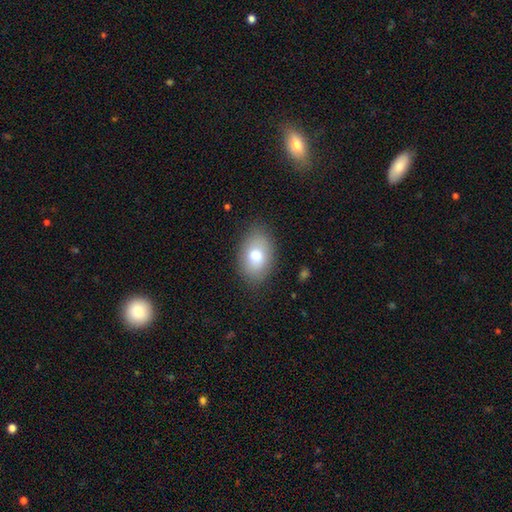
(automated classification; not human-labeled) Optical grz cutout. It shows a smooth galaxy with no disk features (77%) that is in between round and cigar-shaped (84%). Merging: none (84%).